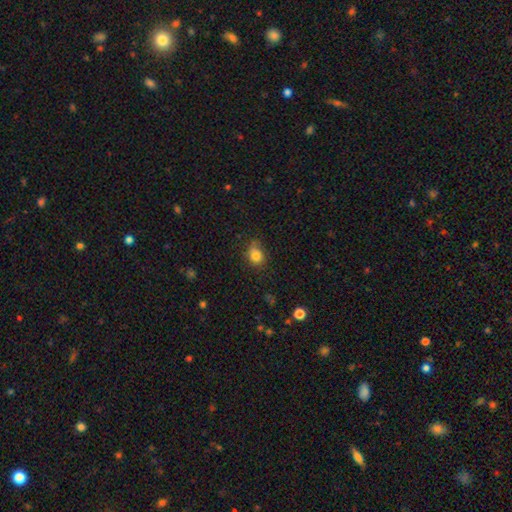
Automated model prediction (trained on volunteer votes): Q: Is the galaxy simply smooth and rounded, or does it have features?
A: smooth — 82%.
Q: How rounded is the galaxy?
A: round — 56%.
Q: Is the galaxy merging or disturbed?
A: none — 65%.